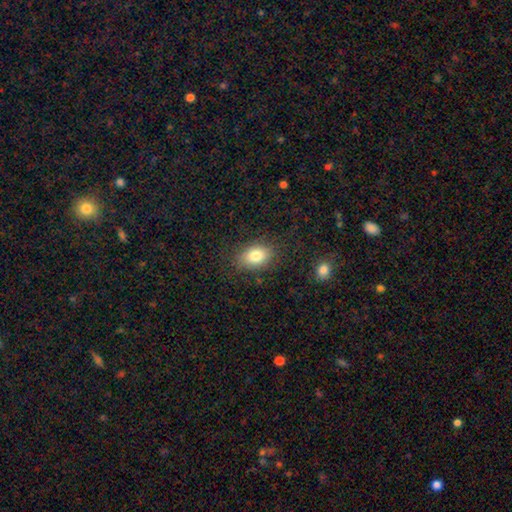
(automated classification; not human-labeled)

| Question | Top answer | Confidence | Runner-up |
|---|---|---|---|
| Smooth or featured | smooth | 81% | featured or disk (10%) |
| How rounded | in between | 81% | round (17%) |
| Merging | none | 81% | minor disturbance (13%) |